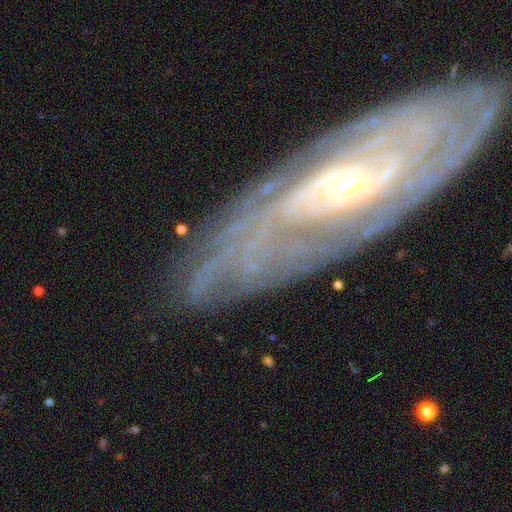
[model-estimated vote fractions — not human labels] Smooth or featured? Predicted: featured or disk (p=0.85). Edge-on disk? Predicted: no (p=0.84). Bar? Predicted: no (p=0.58). Spiral arms? Predicted: yes (p=0.92). Spiral winding? Predicted: tight (p=0.73). Spiral arm count? Predicted: can't tell (p=0.44). Bulge size? Predicted: small (p=0.69). Merging? Predicted: none (p=0.81).